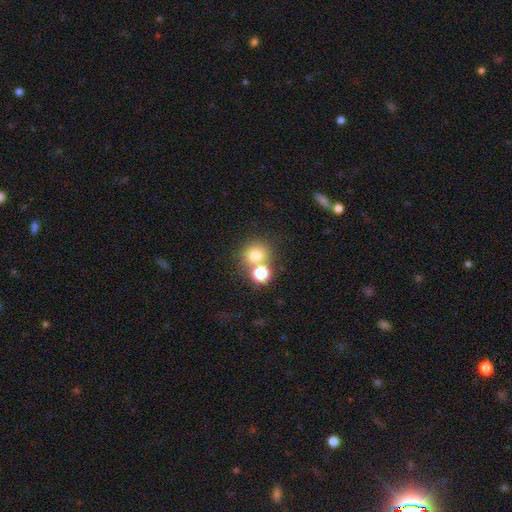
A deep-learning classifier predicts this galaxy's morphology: A smooth galaxy with no disk features (73%) that is round (83%).

Vote fractions:
- Smooth or featured? smooth: 73% / star or artifact: 16% / featured or disk: 10%
- How rounded? round: 83% / in between: 16% / cigar-shaped: 1%
- Merging? none: 55% / merger: 33% / minor disturbance: 8% / major disturbance: 4%